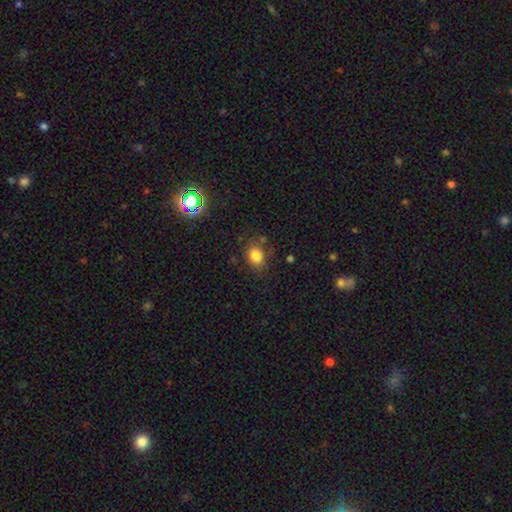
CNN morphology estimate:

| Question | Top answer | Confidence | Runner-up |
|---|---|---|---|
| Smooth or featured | smooth | 81% | star or artifact (13%) |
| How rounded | round | 59% | in between (40%) |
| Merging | none | 77% | minor disturbance (14%) |